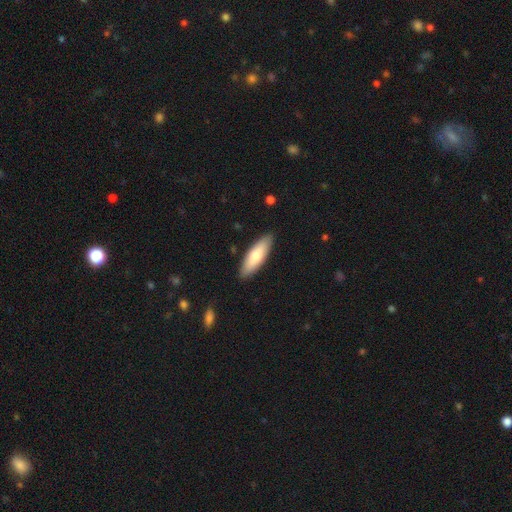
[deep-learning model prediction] The model was most divided on "how rounded": in between: 52%, cigar-shaped: 46%, round: 2%. More confident: merging — none (88%); smooth or featured — smooth (71%).